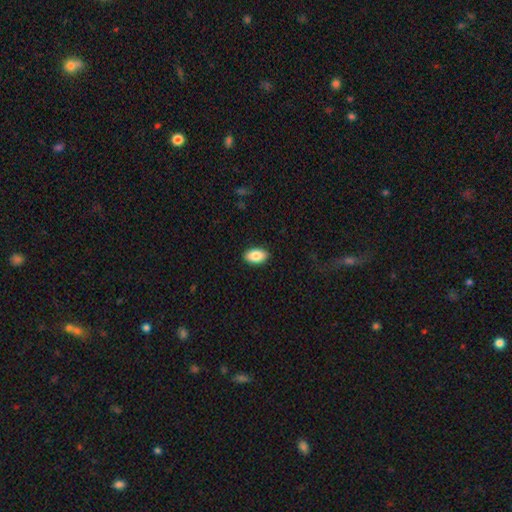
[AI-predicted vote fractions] This appears to be a smooth galaxy with no disk features (86%) that is in between round and cigar-shaped (93%). Merging: none (90%).